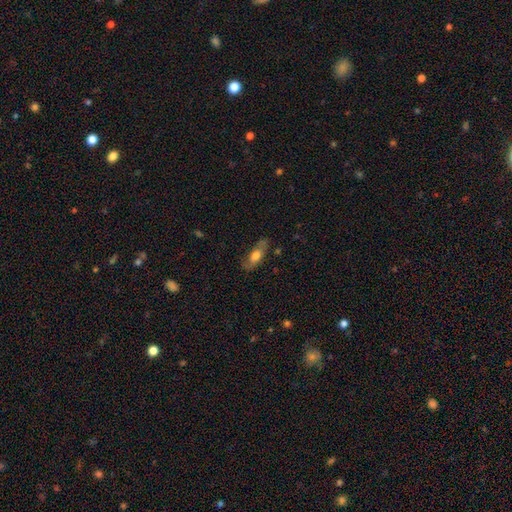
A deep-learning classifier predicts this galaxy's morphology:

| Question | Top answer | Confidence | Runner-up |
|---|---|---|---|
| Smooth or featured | smooth | 55% | featured or disk (38%) |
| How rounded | in between | 67% | cigar-shaped (29%) |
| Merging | none | 72% | minor disturbance (20%) |